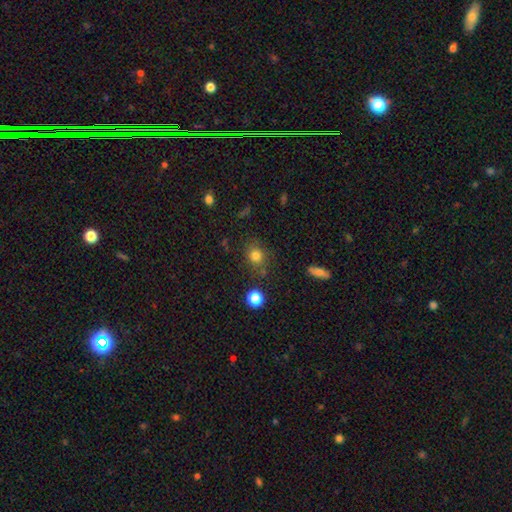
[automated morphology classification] This appears to be a smooth galaxy with no disk features (79%) that is round (73%). Merging: none (76%).